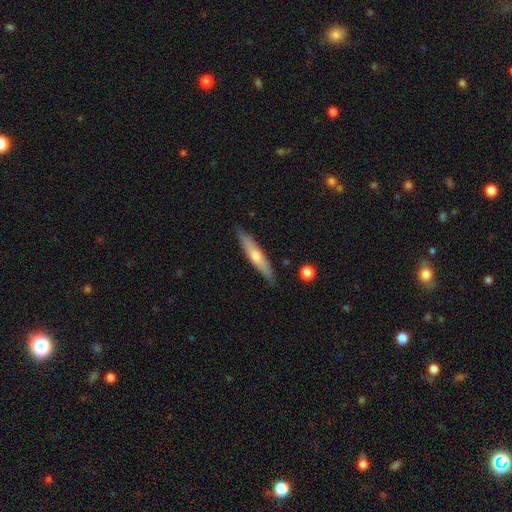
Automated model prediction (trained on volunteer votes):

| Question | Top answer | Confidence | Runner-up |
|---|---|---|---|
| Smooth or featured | smooth | 49% | featured or disk (45%) |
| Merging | none | 87% | minor disturbance (10%) |